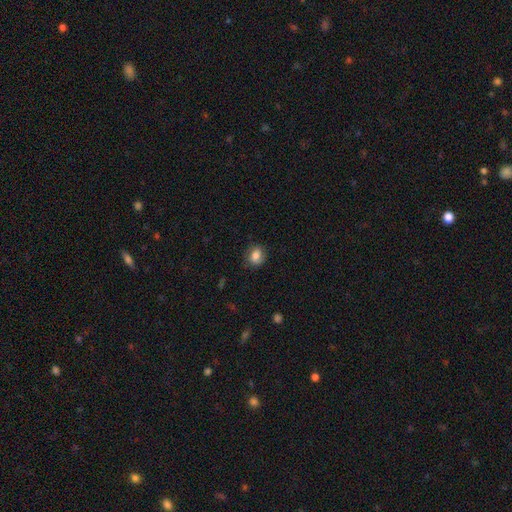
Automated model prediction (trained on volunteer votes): This is likely a smooth galaxy (80%). How rounded: possibly round (52%). Merging: likely none (78%).